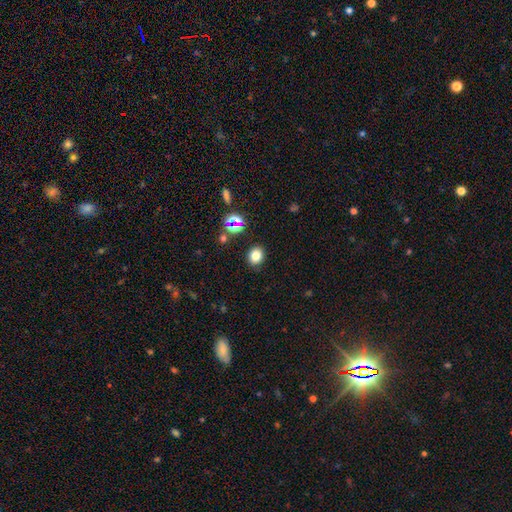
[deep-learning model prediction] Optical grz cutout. It shows a smooth galaxy with no disk features (77%) that is round (61%). Merging: none (88%).